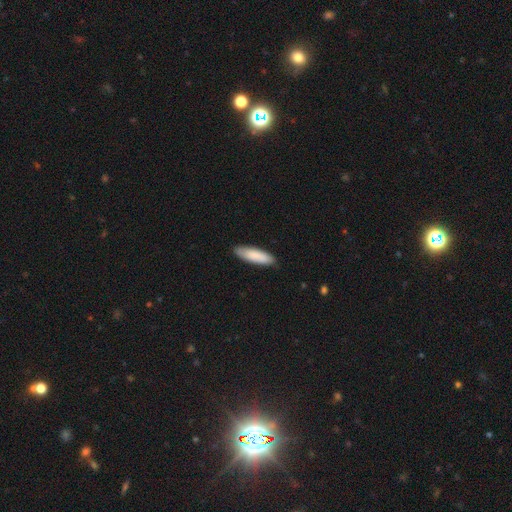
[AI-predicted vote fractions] smooth 87%, featured or disk 8%, star or artifact 5%. Down the decision tree: how rounded — cigar-shaped (60%); merging — none (87%).